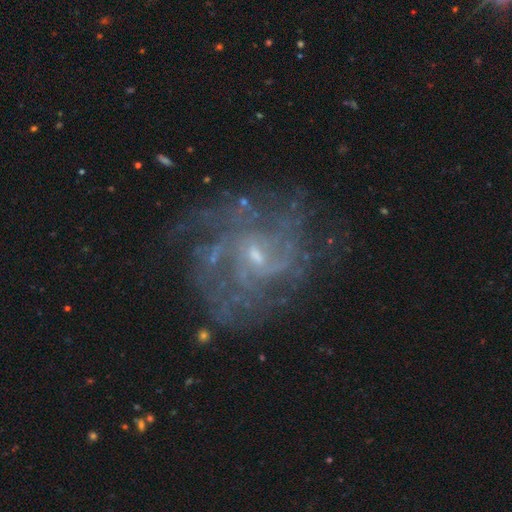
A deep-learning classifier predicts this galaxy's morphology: Smooth or featured: featured or disk — 83% (star or artifact — 10%)
Edge-on disk: no — 98% (yes — 2%)
Bar: no — 48% (weak — 45%)
Spiral arms: yes — 88% (no — 12%)
Spiral winding: tight — 47% (medium — 39%)
Spiral arm count: can't tell — 43% (4 — 15%)
Bulge size: small — 70% (moderate — 23%)
Merging: none — 66% (minor disturbance — 17%)